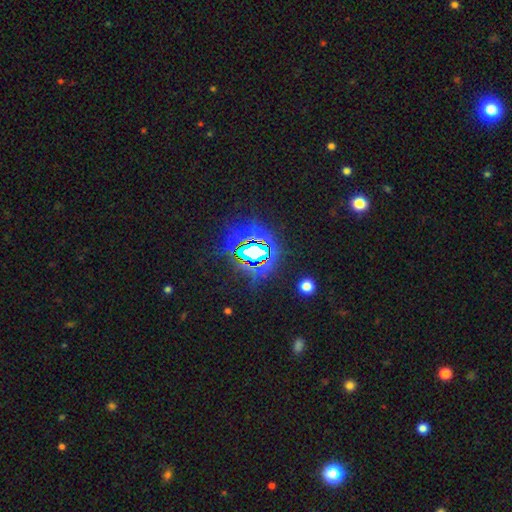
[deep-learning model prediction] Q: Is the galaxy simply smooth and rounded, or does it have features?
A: star or artifact — 80%.